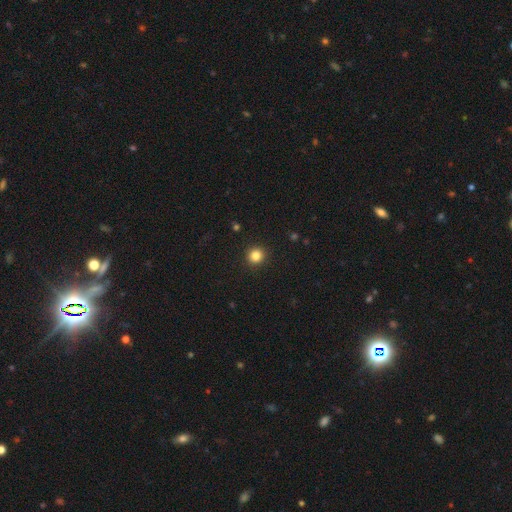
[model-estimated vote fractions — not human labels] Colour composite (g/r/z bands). It shows a smooth galaxy with no disk features (84%) that is round (94%). Merging: none (93%).